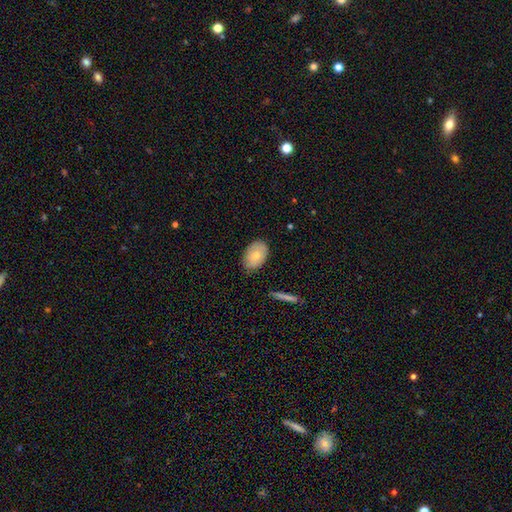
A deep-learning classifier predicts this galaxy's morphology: A smooth galaxy with no disk features (74%) that is in between round and cigar-shaped (88%). Merging: none (81%).